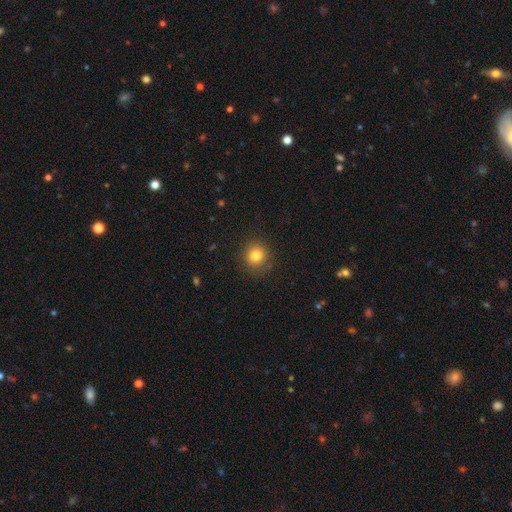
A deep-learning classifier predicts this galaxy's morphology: smooth 81%, star or artifact 12%, featured or disk 7%. Down the decision tree: how rounded — round (91%); merging — none (87%).